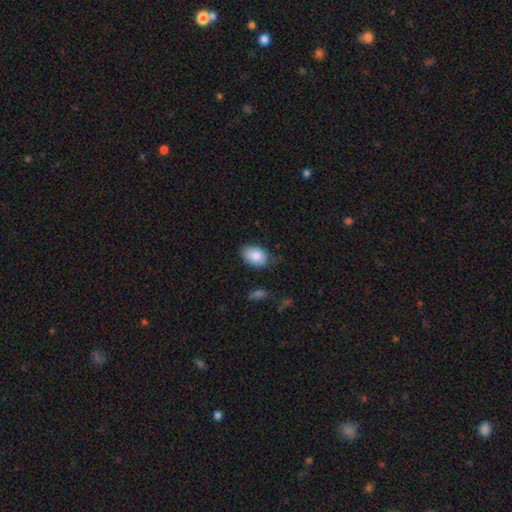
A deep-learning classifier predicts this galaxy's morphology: Overall: smooth (86%). How rounded: in between (87%). Merging: none (77%).